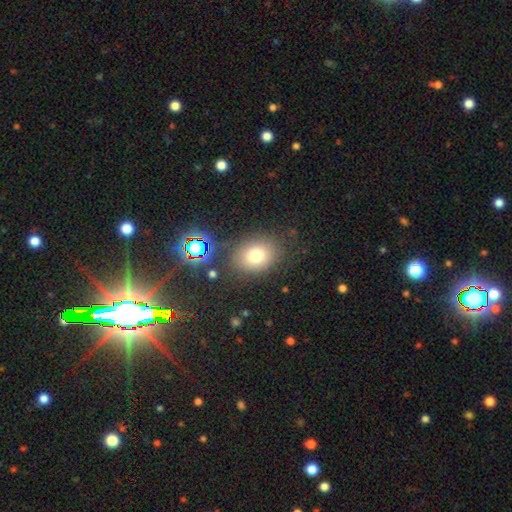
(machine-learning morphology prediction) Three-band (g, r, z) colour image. It shows a smooth galaxy with no disk features (74%) that is in between round and cigar-shaped (55%). Merging: none (79%).